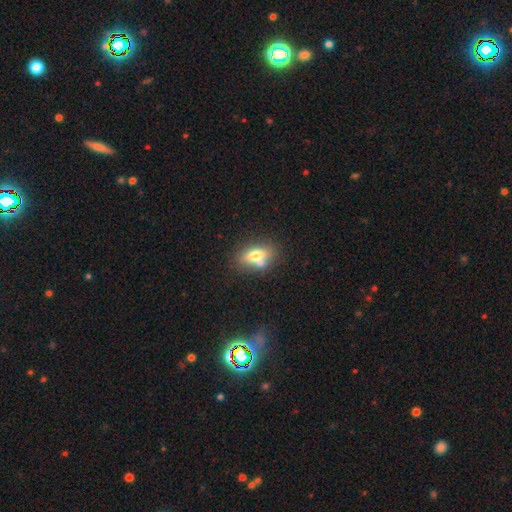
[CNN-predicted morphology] This is likely a smooth galaxy (70%). How rounded: clearly in between (80%). Merging: possibly none (56%).